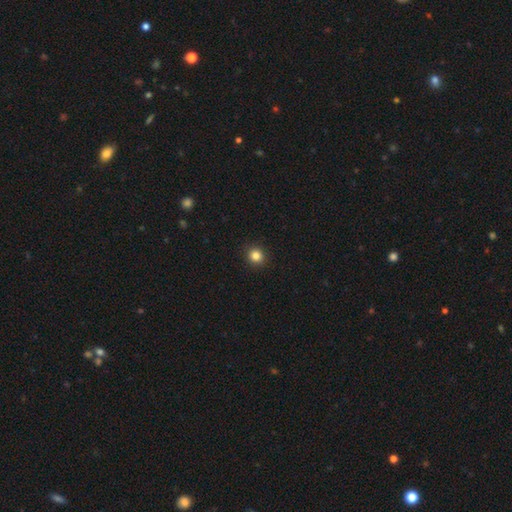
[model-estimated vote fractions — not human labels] Q: Smooth or featured?
A: smooth (84%); runner-up: star or artifact (12%)
Q: How rounded?
A: round (90%); runner-up: in between (9%)
Q: Merging?
A: none (93%); runner-up: minor disturbance (5%)